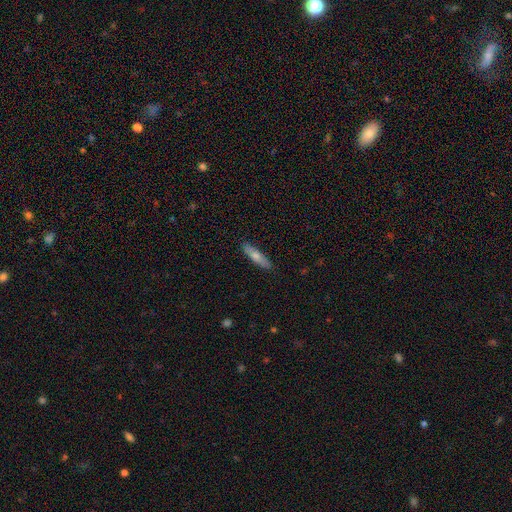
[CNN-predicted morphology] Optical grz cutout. It shows a smooth galaxy with no disk features (69%) that is cigar-shaped (72%). Merging: none (88%).